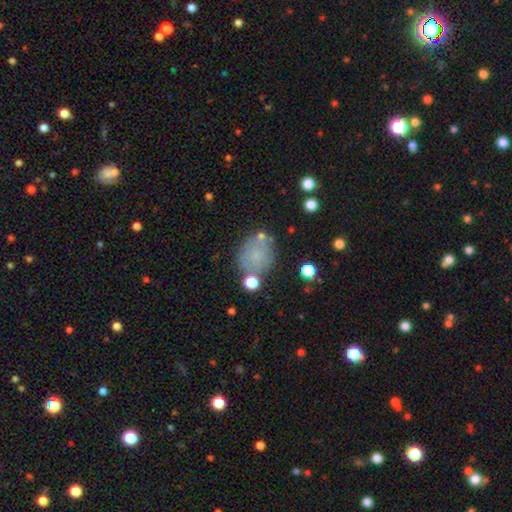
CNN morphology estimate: smooth_or_featured: smooth (p=0.62) [alt: featured or disk p=0.25]
how_rounded: round (p=0.50) [alt: in between p=0.48]
merging: none (p=0.65) [alt: minor disturbance p=0.19]